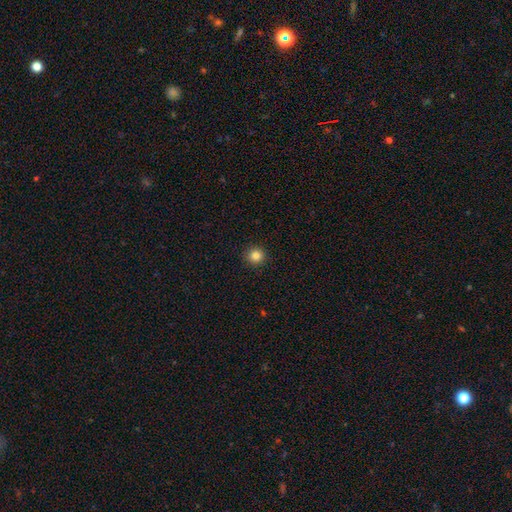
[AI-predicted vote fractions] Smooth or featured? smooth (83%)
How rounded? round (94%)
Merging? none (92%)